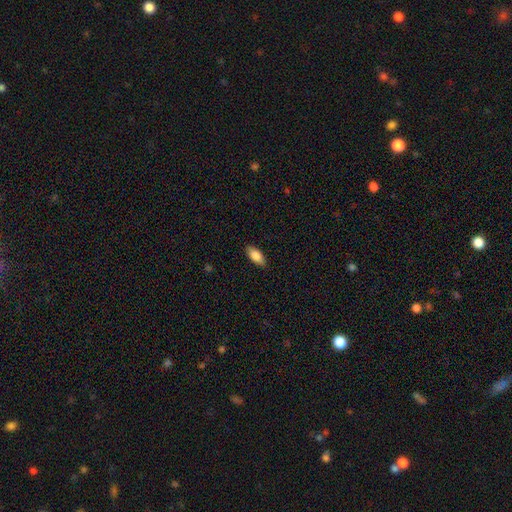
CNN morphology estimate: smooth_or_featured: smooth (p=0.86) [alt: featured or disk p=0.08]
how_rounded: in between (p=0.86) [alt: cigar-shaped p=0.11]
merging: none (p=0.87) [alt: minor disturbance p=0.10]